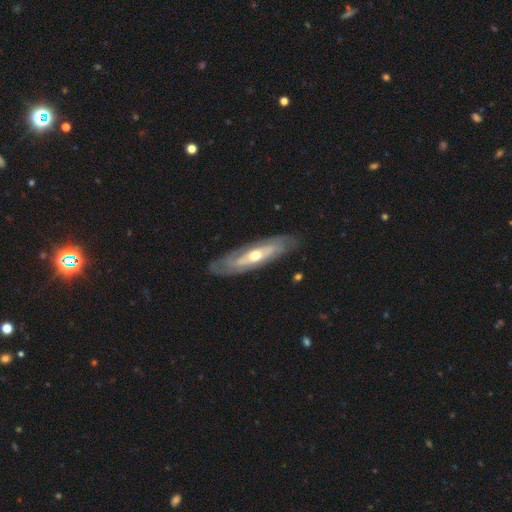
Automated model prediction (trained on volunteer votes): A featured or disk galaxy (74%) with no bar (67%), spiral arms (65%) and a moderate central bulge (68%). Merging: none (81%).